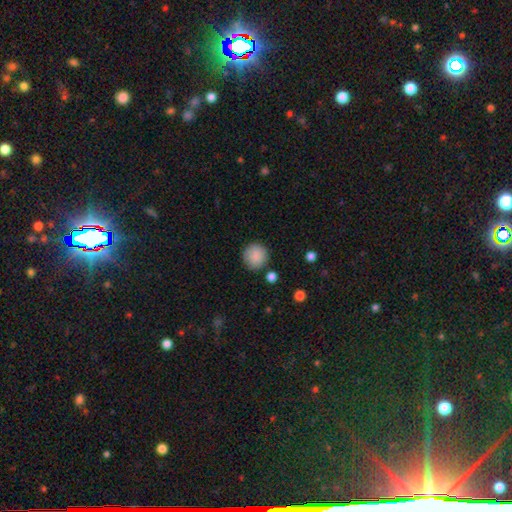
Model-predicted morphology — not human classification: Smooth or featured: smooth — 88% (star or artifact — 8%)
How rounded: round — 94% (in between — 5%)
Merging: none — 87% (minor disturbance — 8%)